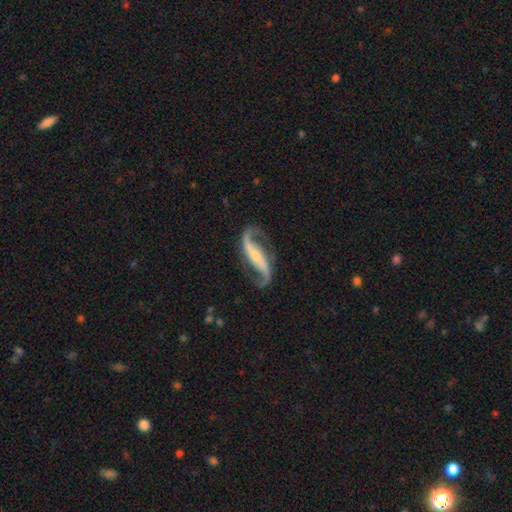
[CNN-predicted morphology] Smooth or featured: featured or disk — 92% (star or artifact — 4%)
Edge-on disk: no — 94% (yes — 6%)
Bar: strong — 53% (no — 24%)
Spiral arms: yes — 97% (no — 3%)
Spiral winding: loose — 69% (medium — 25%)
Spiral arm count: 2 — 94% (1 — 2%)
Bulge size: small — 64% (moderate — 26%)
Merging: none — 80% (minor disturbance — 12%)